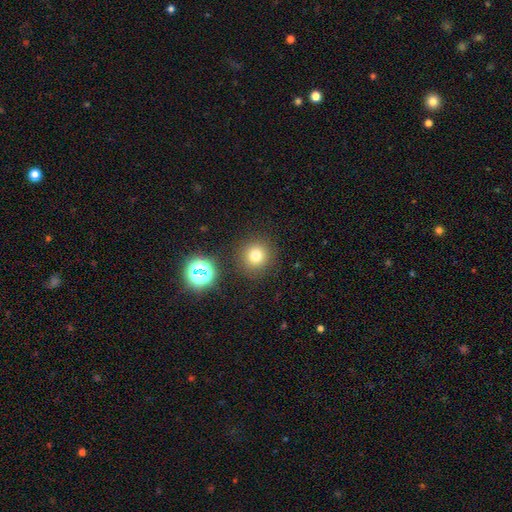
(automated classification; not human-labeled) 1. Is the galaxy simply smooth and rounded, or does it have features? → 74% smooth, 18% star or artifact, 7% featured or disk.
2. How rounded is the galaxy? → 93% round, 6% in between, 1% cigar-shaped.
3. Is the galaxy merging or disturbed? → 87% none, 7% minor disturbance, 3% merger, 3% major disturbance.